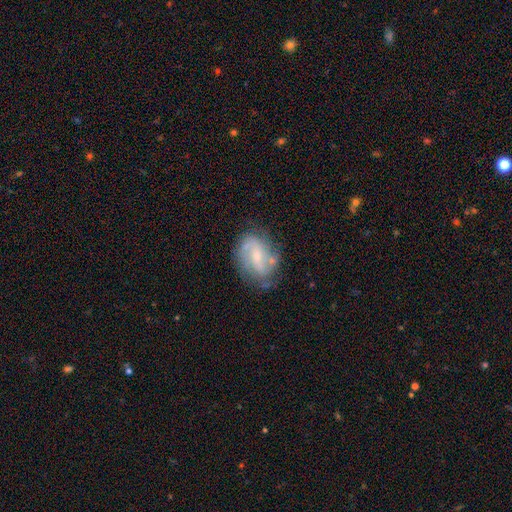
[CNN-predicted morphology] type=featured or disk (72%); edge-on=no (96%); bar=weak (49%); spiral arms=yes (86%); winding=medium (43%); arm count=2 (65%); bulge=small (57%); merging=none (66%).